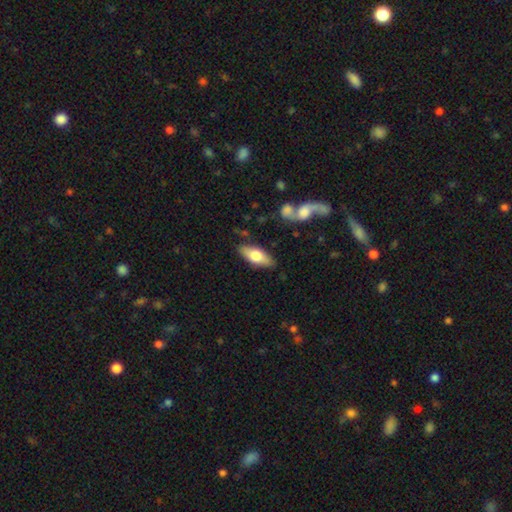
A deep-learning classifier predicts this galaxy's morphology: A smooth galaxy with no disk features (61%) that is in between round and cigar-shaped (74%). Merging: none (82%).